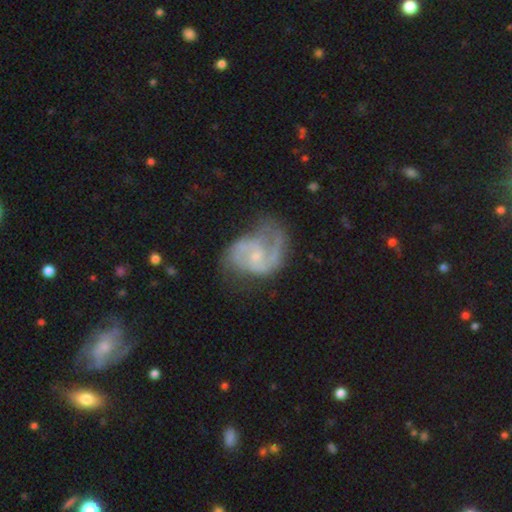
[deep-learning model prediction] smooth_or_featured: featured or disk (p=0.83) [alt: smooth p=0.11]
disk_edge_on: no (p=0.98) [alt: yes p=0.02]
bar: no (p=0.57) [alt: weak p=0.37]
has_spiral_arms: yes (p=0.93) [alt: no p=0.07]
spiral_winding: medium (p=0.51) [alt: loose p=0.29]
spiral_arm_count: 2 (p=0.74) [alt: 1 p=0.10]
bulge_size: small (p=0.67) [alt: moderate p=0.24]
merging: none (p=0.47) [alt: minor disturbance p=0.25]